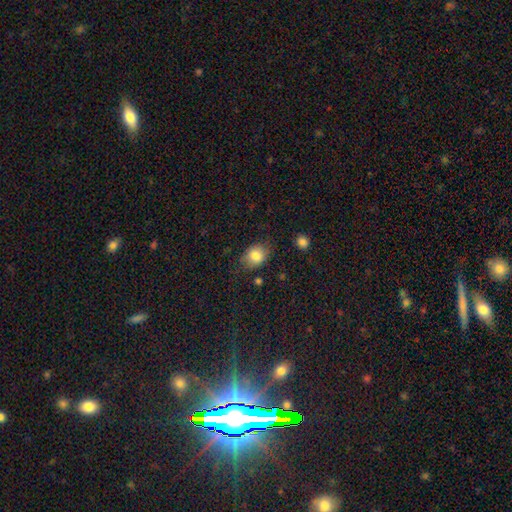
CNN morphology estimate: The model was most divided on "how rounded": in between: 55%, round: 44%, cigar-shaped: 1%. More confident: smooth or featured — smooth (82%); merging — none (74%).